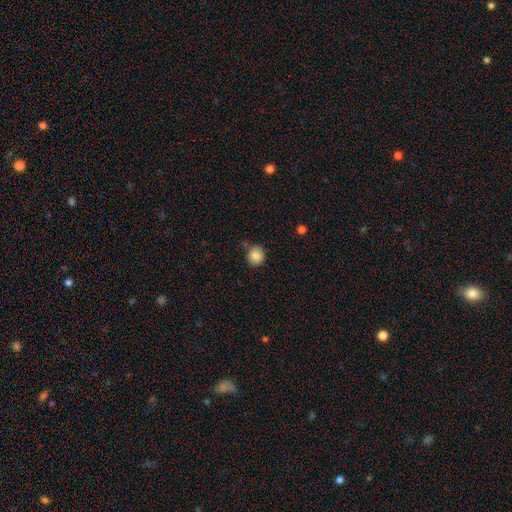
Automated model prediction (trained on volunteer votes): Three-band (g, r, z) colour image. It shows a smooth galaxy with no disk features (86%) that is round (85%). Merging: none (76%).